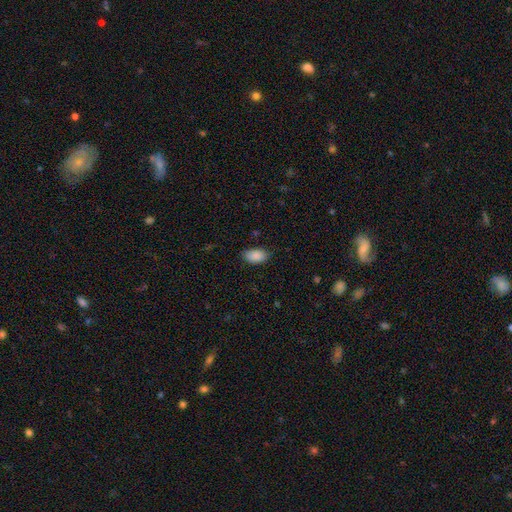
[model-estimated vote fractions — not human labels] Smooth or featured?
  - smooth: 89% *
  - star or artifact: 7%
  - featured or disk: 4%
How rounded?
  - in between: 93% *
  - round: 5%
  - cigar-shaped: 2%
Merging?
  - none: 80% *
  - minor disturbance: 16%
  - major disturbance: 3%
  - merger: 1%